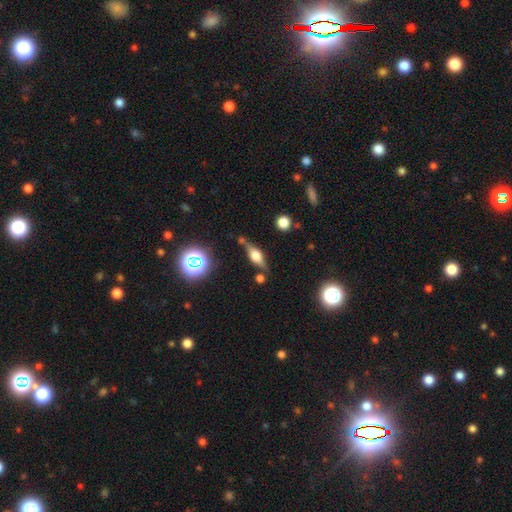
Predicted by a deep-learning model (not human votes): Smooth or featured: featured or disk — 58% (smooth — 31%)
Edge-on disk: yes — 91% (no — 9%)
Edge-on bulge: rounded — 89% (boxy — 9%)
Merging: none — 72% (minor disturbance — 16%)